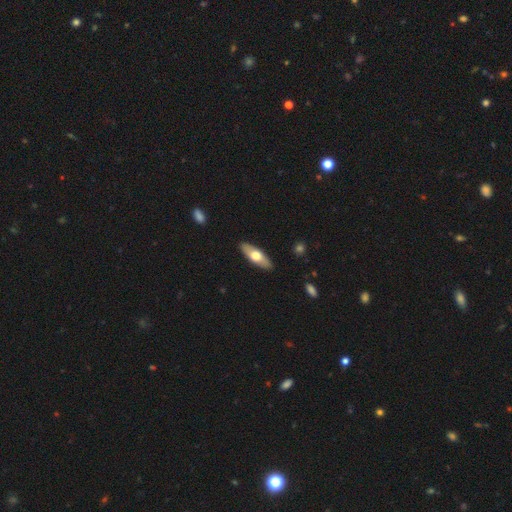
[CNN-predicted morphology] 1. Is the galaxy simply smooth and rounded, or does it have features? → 59% smooth, 36% featured or disk, 5% star or artifact.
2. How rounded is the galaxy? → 67% in between, 31% cigar-shaped, 2% round.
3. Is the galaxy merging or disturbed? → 89% none, 8% minor disturbance, 2% major disturbance, 1% merger.